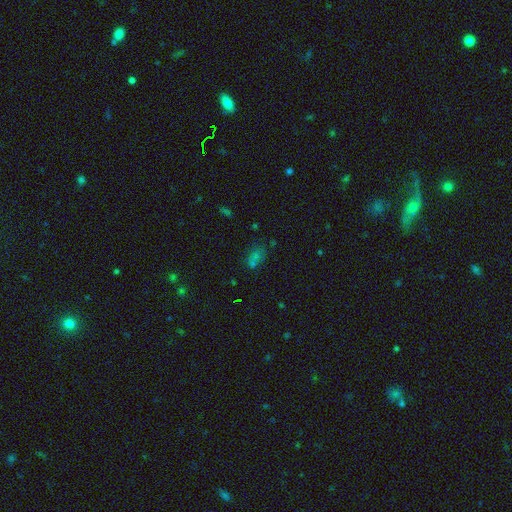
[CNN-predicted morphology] Smooth or featured? smooth (50%)
How rounded? in between (71%)
Merging? none (57%)